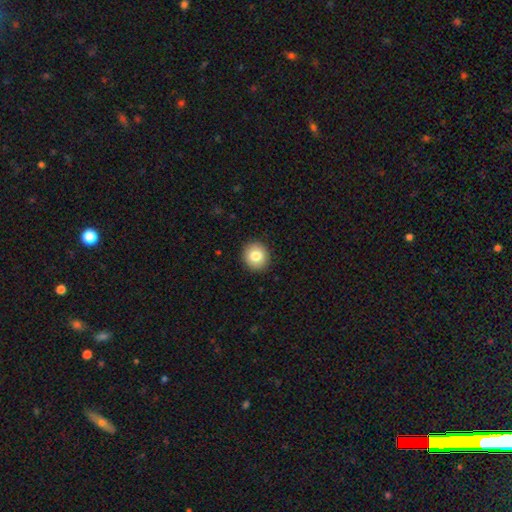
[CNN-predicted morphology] smooth_or_featured: smooth (p=0.81) [alt: featured or disk p=0.10]
how_rounded: round (p=0.86) [alt: in between p=0.13]
merging: none (p=0.92) [alt: minor disturbance p=0.06]